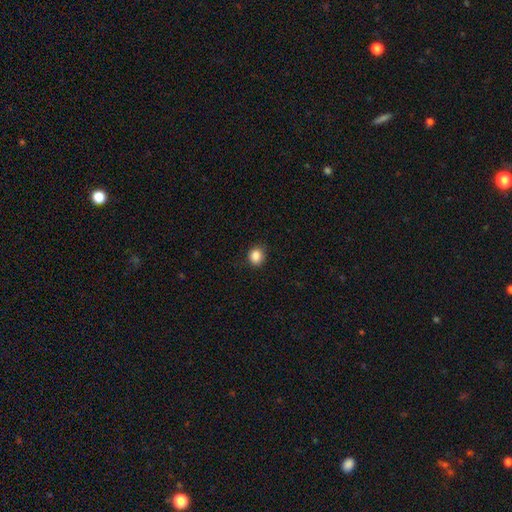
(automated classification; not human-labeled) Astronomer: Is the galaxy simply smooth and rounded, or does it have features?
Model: smooth — 86%.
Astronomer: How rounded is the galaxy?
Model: round — 76%.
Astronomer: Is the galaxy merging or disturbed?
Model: none — 85%.